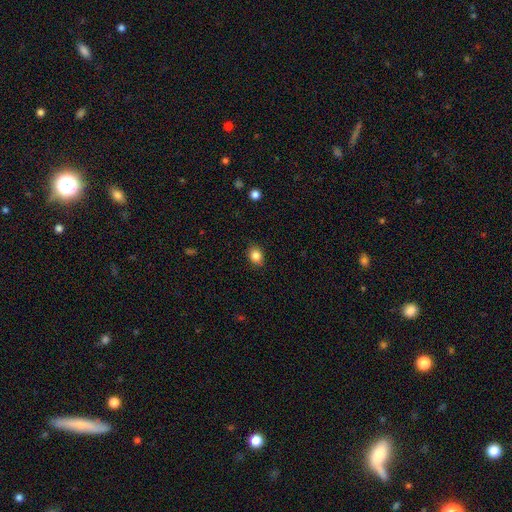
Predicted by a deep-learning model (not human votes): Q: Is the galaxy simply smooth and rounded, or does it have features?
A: smooth — 86%.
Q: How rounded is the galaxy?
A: in between — 50%.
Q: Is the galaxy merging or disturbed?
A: none — 84%.